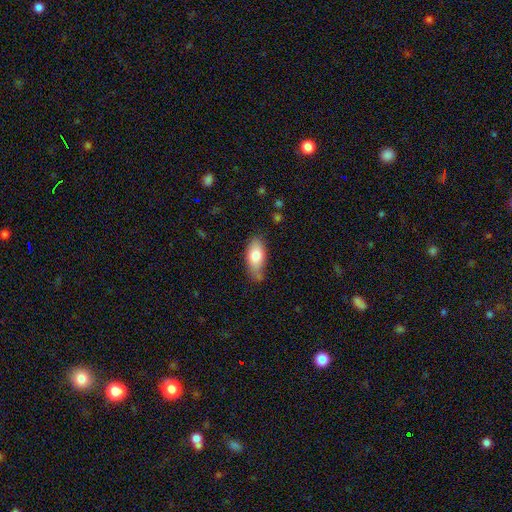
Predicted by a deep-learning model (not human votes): A smooth galaxy with no disk features (77%) that is in between round and cigar-shaped (89%). Merging: none (58%).